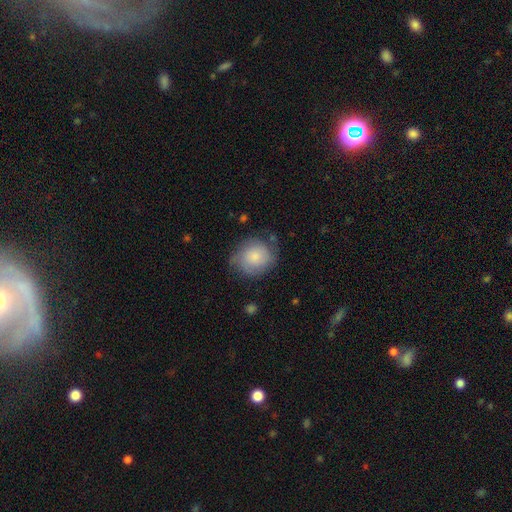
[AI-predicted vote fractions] smooth_or_featured: smooth (p=0.72) [alt: featured or disk p=0.20]
how_rounded: round (p=0.80) [alt: in between p=0.19]
merging: none (p=0.65) [alt: minor disturbance p=0.26]